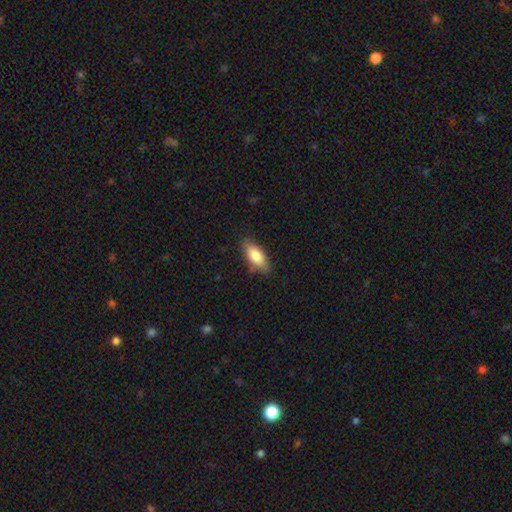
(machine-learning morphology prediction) This is clearly a smooth galaxy (80%). How rounded: clearly in between (80%). Merging: clearly none (81%).